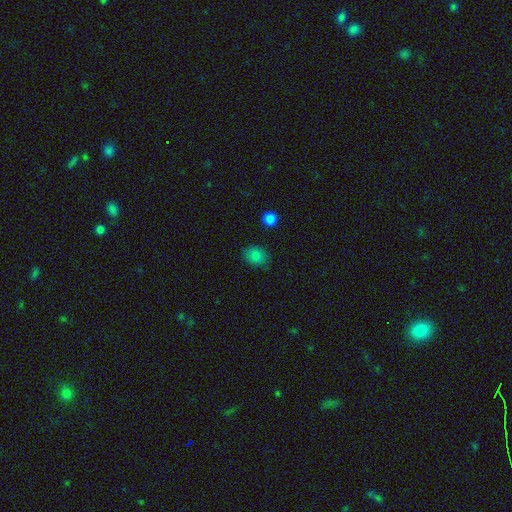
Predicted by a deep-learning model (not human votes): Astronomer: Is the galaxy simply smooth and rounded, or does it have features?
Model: smooth — 80%.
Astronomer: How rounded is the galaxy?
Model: round — 52% (runner-up: in between, 47%).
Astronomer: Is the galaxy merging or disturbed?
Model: none — 83%.